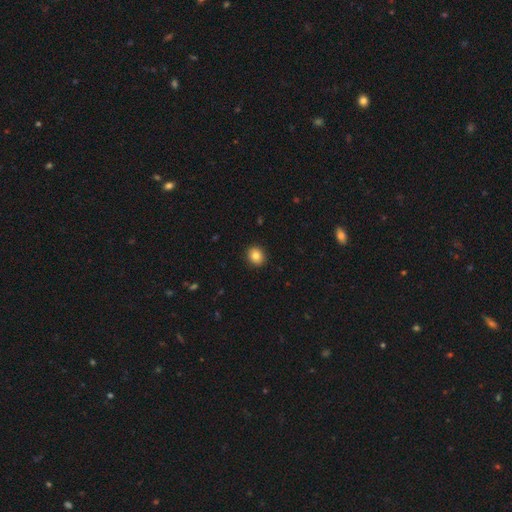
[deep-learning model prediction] Smooth or featured: smooth — 83% (star or artifact — 10%)
How rounded: round — 77% (in between — 22%)
Merging: none — 92% (minor disturbance — 5%)